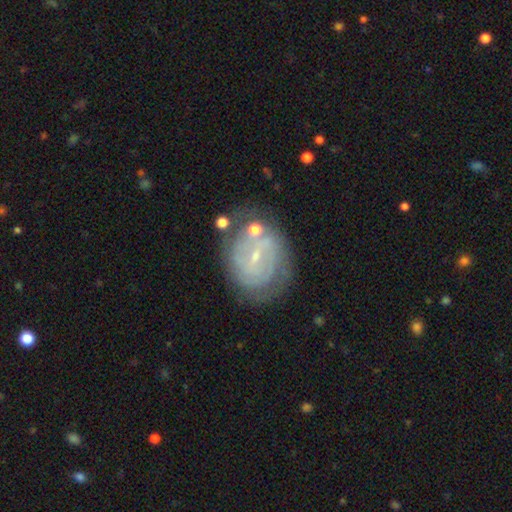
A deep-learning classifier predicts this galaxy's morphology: This is likely a featured or disk galaxy (76%). It is clearly not viewed edge-on (97%). Bar: possibly weak (50%). Spiral arm pattern: clearly yes (84%). Spiral arm count: marginally can't tell (39%). Spiral winding: possibly tight (59%). Central bulge: likely small (80%). Merging: likely none (66%).